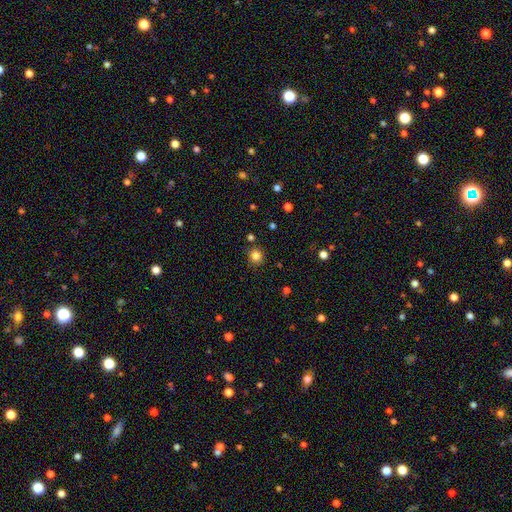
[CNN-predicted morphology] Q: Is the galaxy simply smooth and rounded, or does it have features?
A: smooth — 82%.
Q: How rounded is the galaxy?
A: round — 88%.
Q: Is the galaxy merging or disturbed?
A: none — 85%.